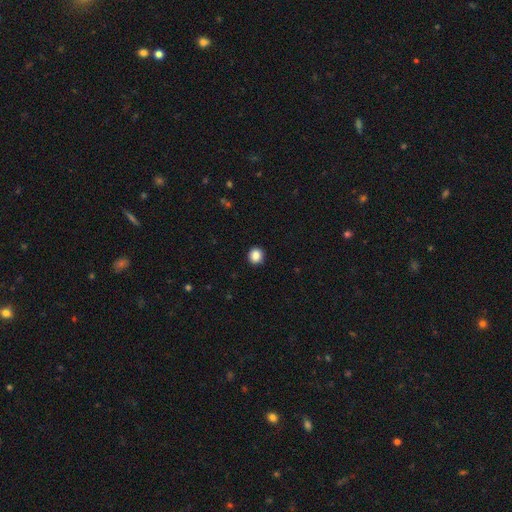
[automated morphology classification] A smooth galaxy with no disk features (87%) that is round (90%).

Vote fractions:
- Smooth or featured? smooth: 87% / star or artifact: 9% / featured or disk: 3%
- How rounded? round: 90% / in between: 9% / cigar-shaped: 1%
- Merging? none: 92% / minor disturbance: 6% / major disturbance: 2% / merger: 1%